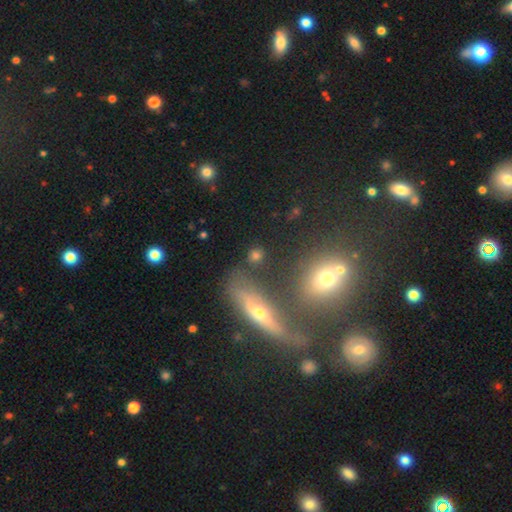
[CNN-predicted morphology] Smooth or featured: smooth — 65% (featured or disk — 18%)
How rounded: round — 60% (in between — 31%)
Merging: none — 72% (minor disturbance — 12%)